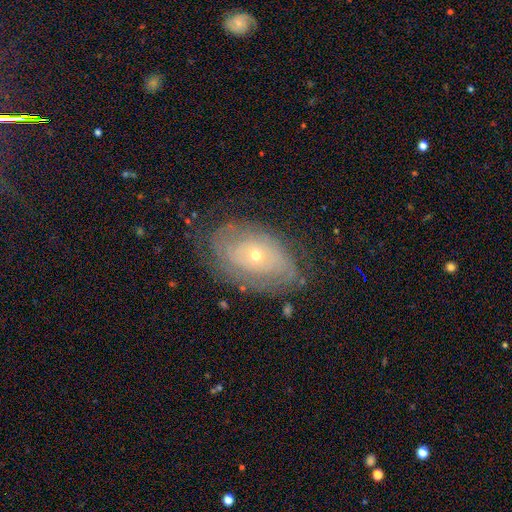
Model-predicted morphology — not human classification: smooth-or-featured: featured or disk: 73% | smooth: 19% | star or artifact: 8%
  disk-edge-on: no: 93% | yes: 7%
    bar: no: 83% | weak: 14% | strong: 4%
    has-spiral-arms: yes: 77% | no: 23%
      spiral-winding: tight: 74% | medium: 19% | loose: 8%
      spiral-arm-count: can't tell: 55% | 2: 23% | 3: 8% | 1: 5% | 4: 5% | more than 4: 4%
    bulge-size: small: 61% | moderate: 35% | large: 2% | dominant: 1% | none: 1%
  merging: none: 70% | minor disturbance: 19% | major disturbance: 9% | merger: 1%